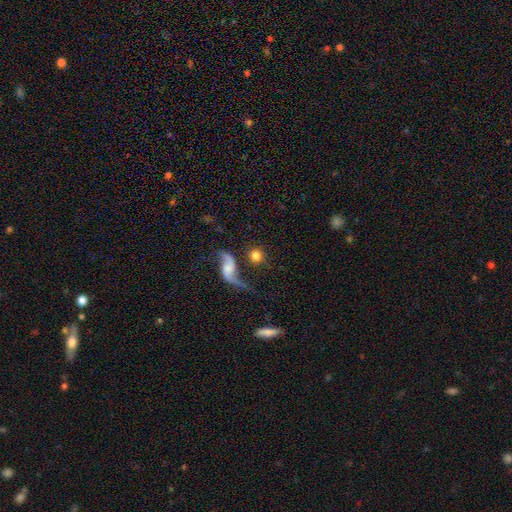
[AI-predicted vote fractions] A smooth galaxy with no disk features (60%) that is round (82%).

Vote fractions:
- Smooth or featured? smooth: 60% / featured or disk: 30% / star or artifact: 10%
- How rounded? round: 82% / in between: 15% / cigar-shaped: 3%
- Merging? none: 61% / merger: 15% / minor disturbance: 13% / major disturbance: 11%